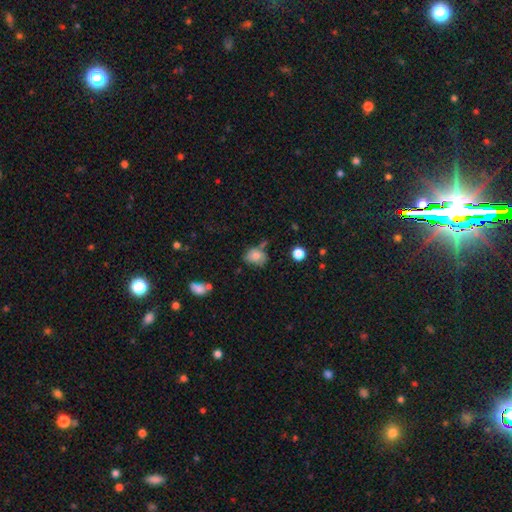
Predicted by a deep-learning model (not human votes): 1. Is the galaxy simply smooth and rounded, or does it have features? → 72% smooth, 17% featured or disk, 11% star or artifact.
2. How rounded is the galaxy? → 59% in between, 39% round, 1% cigar-shaped.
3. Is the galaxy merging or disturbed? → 48% none, 29% minor disturbance, 13% merger, 10% major disturbance.